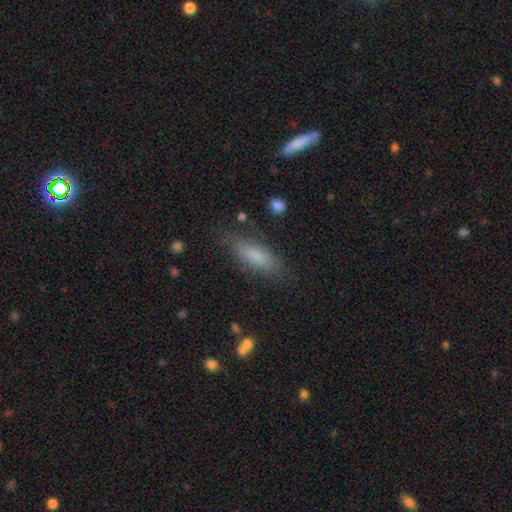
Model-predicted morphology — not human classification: A smooth galaxy with no disk features (78%) that is in between round and cigar-shaped (55%). Merging: none (79%).